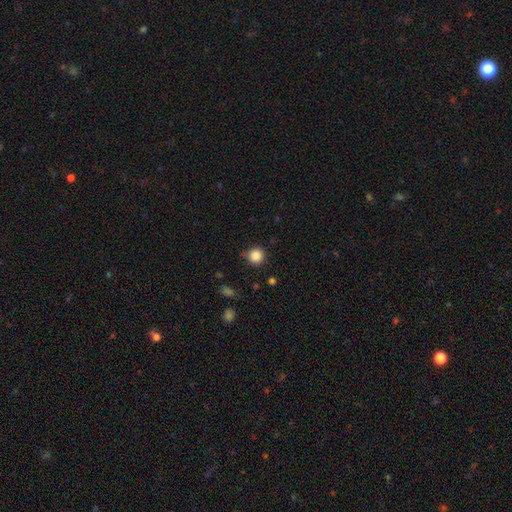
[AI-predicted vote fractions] Q: Smooth or featured?
A: smooth (85%); runner-up: star or artifact (11%)
Q: How rounded?
A: round (93%); runner-up: in between (6%)
Q: Merging?
A: none (83%); runner-up: minor disturbance (11%)